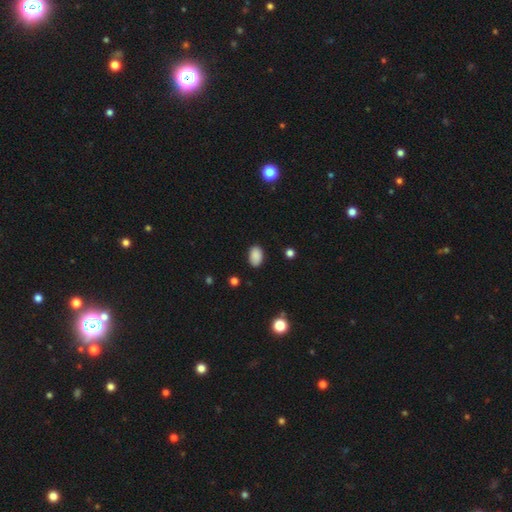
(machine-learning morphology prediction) A smooth galaxy with no disk features (88%) that is in between round and cigar-shaped (90%).

Vote fractions:
- Smooth or featured? smooth: 88% / star or artifact: 9% / featured or disk: 3%
- How rounded? in between: 90% / round: 8% / cigar-shaped: 1%
- Merging? none: 86% / minor disturbance: 10% / major disturbance: 2% / merger: 1%